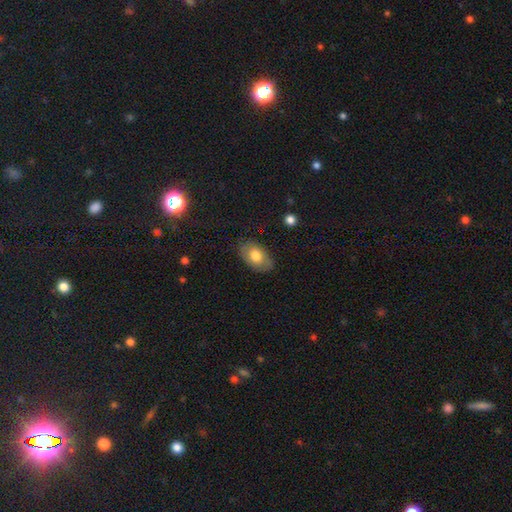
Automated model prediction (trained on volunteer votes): smooth_or_featured: smooth (p=0.69) [alt: featured or disk p=0.24]
how_rounded: in between (p=0.90) [alt: round p=0.08]
merging: none (p=0.80) [alt: minor disturbance p=0.15]